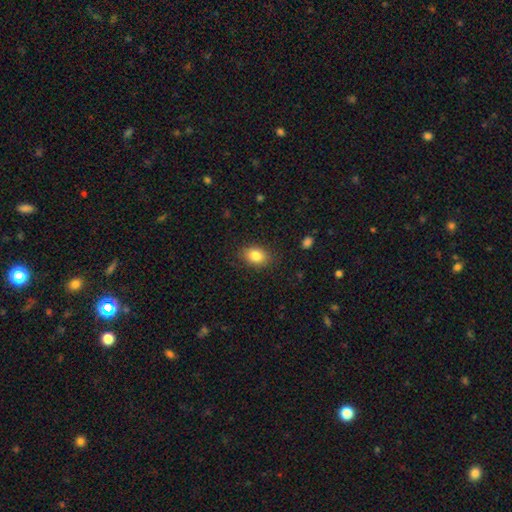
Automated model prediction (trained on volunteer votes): The model was most divided on "how rounded": in between: 73%, round: 25%, cigar-shaped: 1%. More confident: merging — none (85%); smooth or featured — smooth (84%).